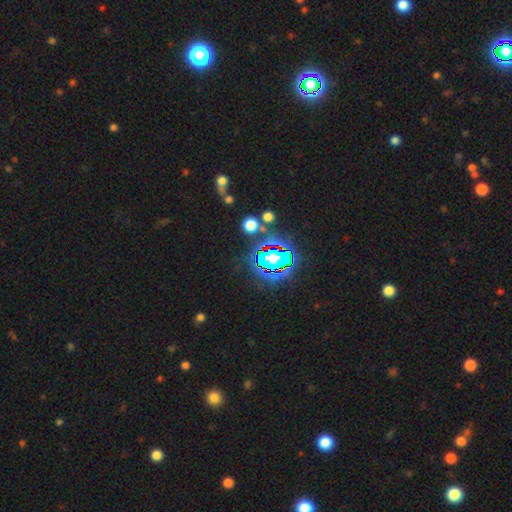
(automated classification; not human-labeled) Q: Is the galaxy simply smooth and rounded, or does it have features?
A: star or artifact — 82%.